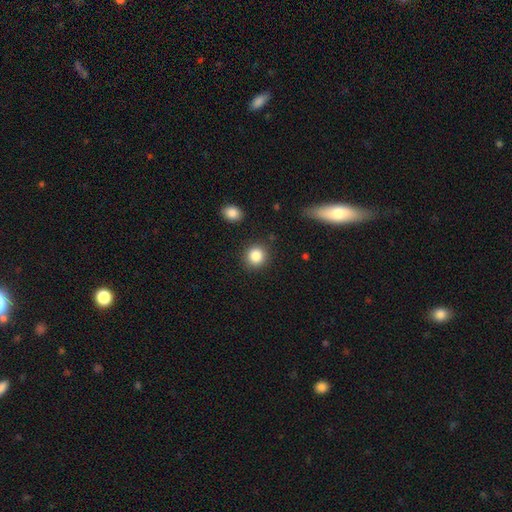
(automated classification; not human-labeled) Morphology: type=smooth (85%); roundness=round (88%); merging=none (88%).